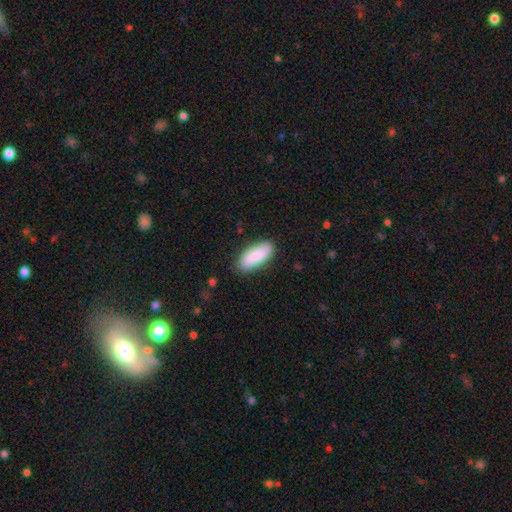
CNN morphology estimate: Q: Smooth or featured?
A: smooth (87%); runner-up: featured or disk (8%)
Q: How rounded?
A: in between (81%); runner-up: cigar-shaped (17%)
Q: Merging?
A: none (86%); runner-up: minor disturbance (11%)